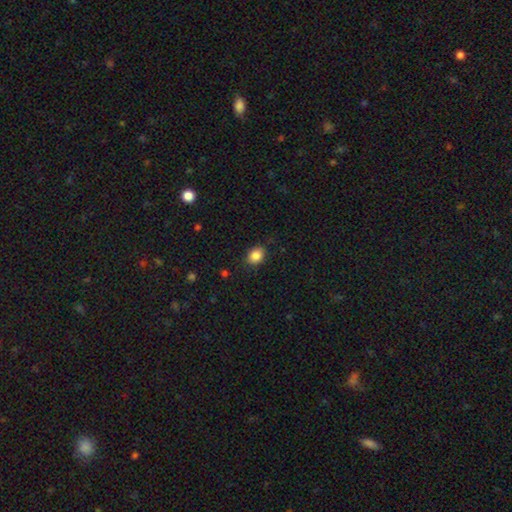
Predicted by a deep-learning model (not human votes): Smooth or featured?
  - smooth: 86% *
  - star or artifact: 9%
  - featured or disk: 5%
How rounded?
  - in between: 62% *
  - round: 37%
  - cigar-shaped: 1%
Merging?
  - none: 85% *
  - minor disturbance: 11%
  - major disturbance: 3%
  - merger: 1%